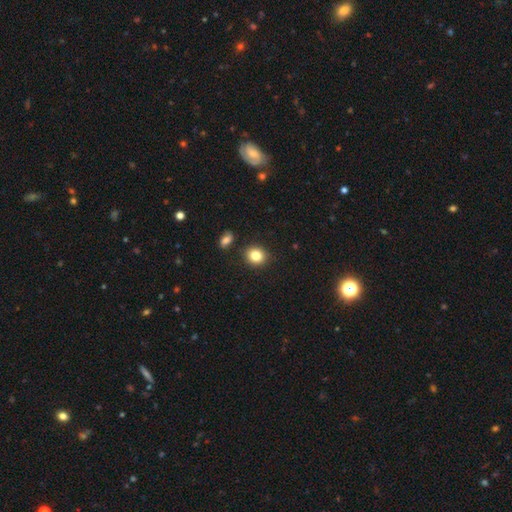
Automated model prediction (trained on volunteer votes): Smooth or featured? Predicted: smooth (p=0.83). How rounded? Predicted: round (p=0.77). Merging? Predicted: none (p=0.87).